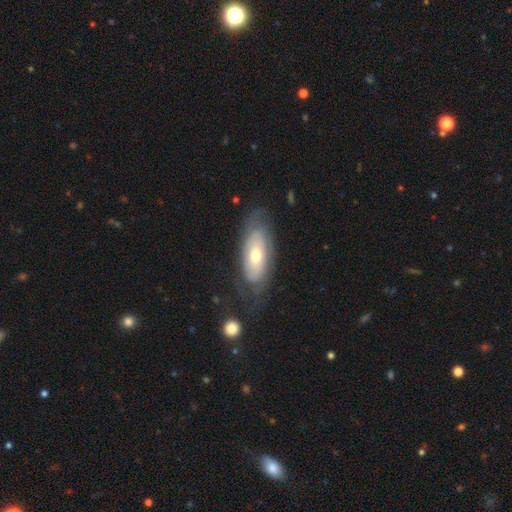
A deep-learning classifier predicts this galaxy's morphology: Q: Smooth or featured?
A: featured or disk (59%); runner-up: smooth (35%)
Q: Edge-on disk?
A: no (84%); runner-up: yes (16%)
Q: Merging?
A: none (66%); runner-up: minor disturbance (21%)